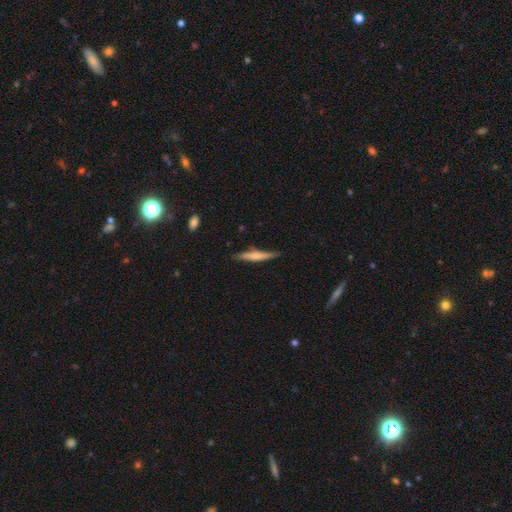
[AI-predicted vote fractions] This appears to be a smooth galaxy with no disk features (52%) that is cigar-shaped (93%). Merging: none (80%).